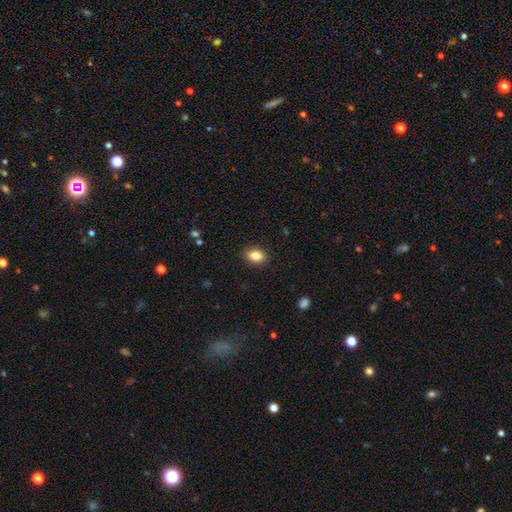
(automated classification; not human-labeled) Q: Smooth or featured?
A: smooth (85%); runner-up: star or artifact (9%)
Q: How rounded?
A: in between (79%); runner-up: round (20%)
Q: Merging?
A: none (89%); runner-up: minor disturbance (8%)